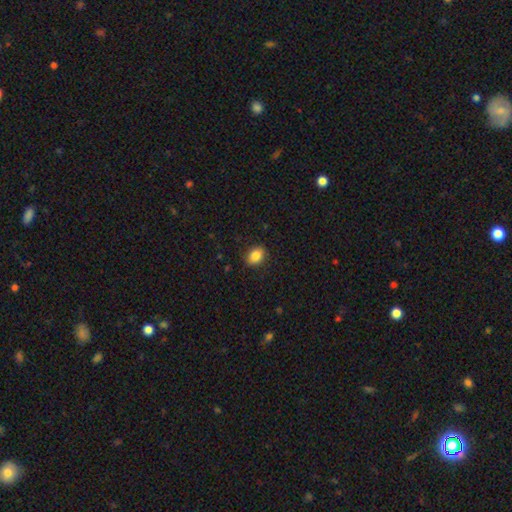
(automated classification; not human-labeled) smooth-or-featured: smooth: 87% | star or artifact: 9% | featured or disk: 5%
  how-rounded: in between: 64% | round: 35% | cigar-shaped: 1%
  merging: none: 88% | minor disturbance: 9% | major disturbance: 2% | merger: 1%